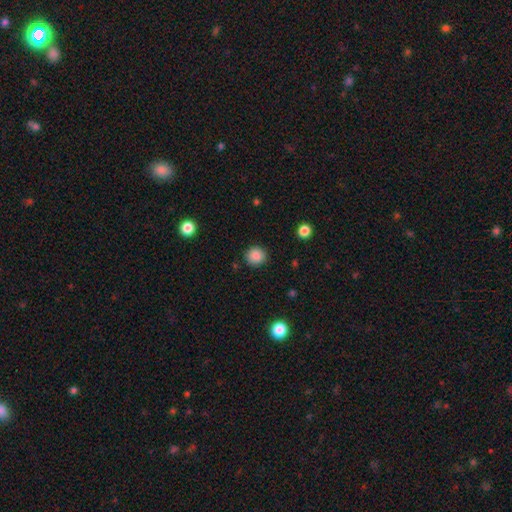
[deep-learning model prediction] A smooth galaxy with no disk features (87%) that is round (92%).

Vote fractions:
- Smooth or featured? smooth: 87% / star or artifact: 10% / featured or disk: 3%
- How rounded? round: 92% / in between: 7% / cigar-shaped: 1%
- Merging? none: 90% / minor disturbance: 7% / major disturbance: 2% / merger: 1%